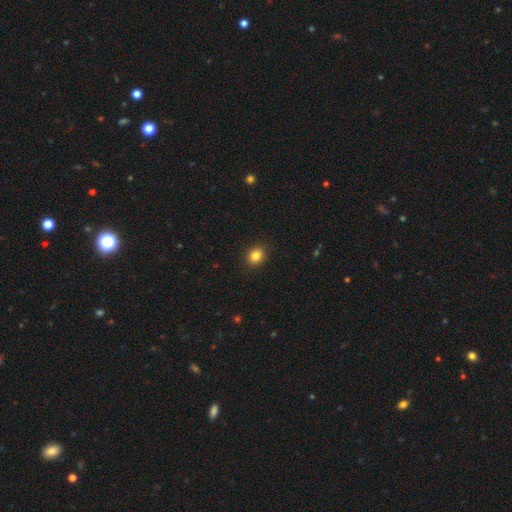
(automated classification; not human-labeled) Smooth or featured? smooth (84%)
How rounded? round (69%)
Merging? none (90%)